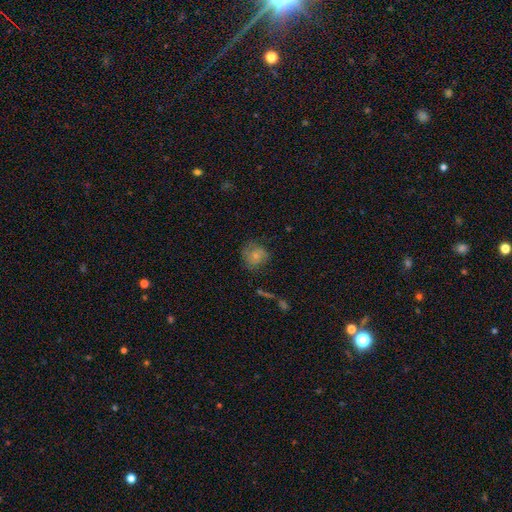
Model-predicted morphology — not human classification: A smooth galaxy with no disk features (60%) that is round (80%). Merging: none (62%).